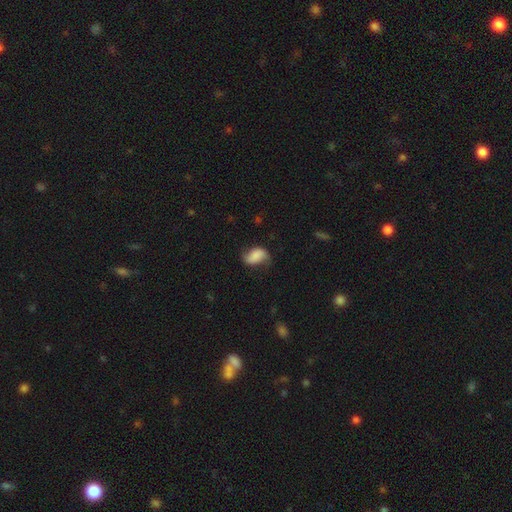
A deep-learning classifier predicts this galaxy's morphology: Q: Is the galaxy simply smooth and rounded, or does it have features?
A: smooth — 53%.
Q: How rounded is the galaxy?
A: in between — 86%.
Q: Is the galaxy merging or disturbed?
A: none — 60%.